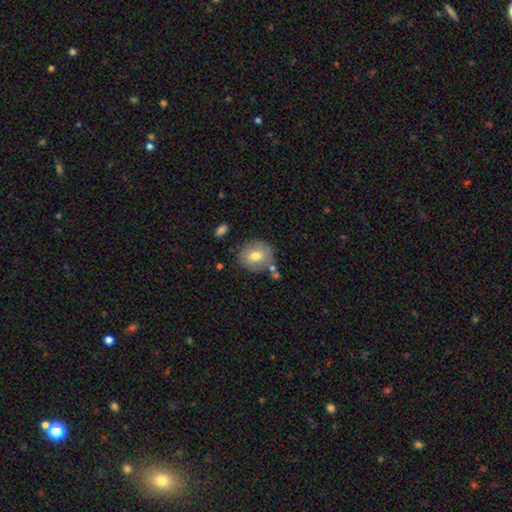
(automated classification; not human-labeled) Smooth or featured? Predicted: smooth (p=0.71). How rounded? Predicted: round (p=0.80). Merging? Predicted: none (p=0.71).